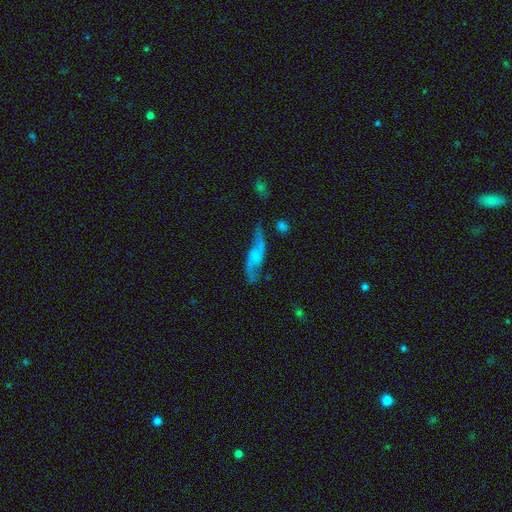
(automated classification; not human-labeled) This is likely a featured or disk galaxy (64%). It is likely not viewed edge-on (78%). Bar: possibly no (55%). Spiral arm pattern: likely yes (79%). Central bulge: possibly none (50%). Merging: possibly none (51%).